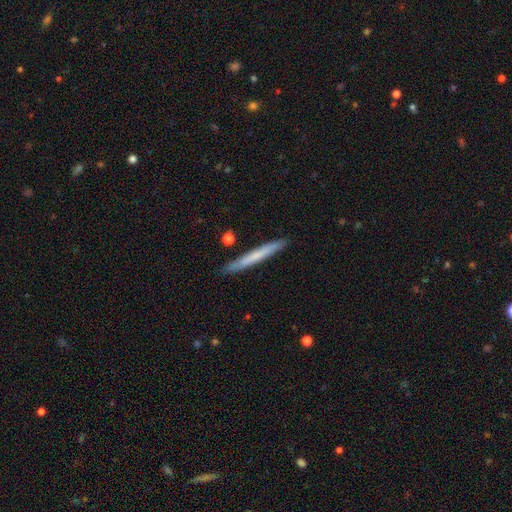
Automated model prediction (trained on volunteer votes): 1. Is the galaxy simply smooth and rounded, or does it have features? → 60% smooth, 34% featured or disk, 6% star or artifact.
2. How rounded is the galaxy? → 97% cigar-shaped, 2% in between, 1% round.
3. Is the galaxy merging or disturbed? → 88% none, 8% minor disturbance, 2% merger, 2% major disturbance.